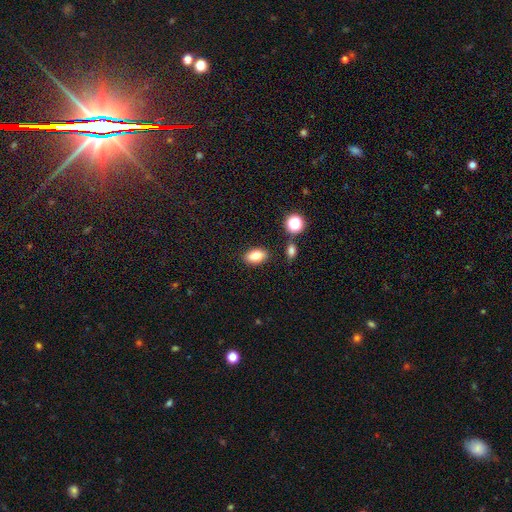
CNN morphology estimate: Smooth or featured? smooth (82%)
How rounded? in between (88%)
Merging? none (86%)